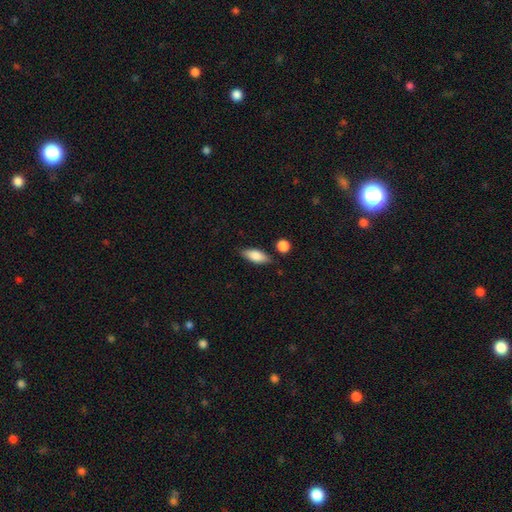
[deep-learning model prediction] Smooth or featured?
  - smooth: 80% *
  - featured or disk: 13%
  - star or artifact: 6%
How rounded?
  - in between: 76% *
  - cigar-shaped: 21%
  - round: 3%
Merging?
  - none: 79% *
  - minor disturbance: 13%
  - merger: 5%
  - major disturbance: 3%